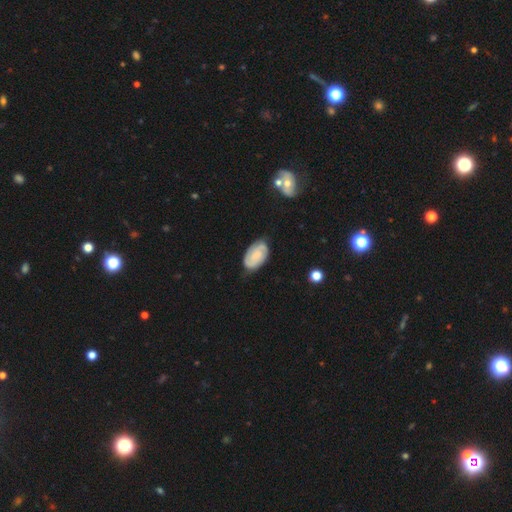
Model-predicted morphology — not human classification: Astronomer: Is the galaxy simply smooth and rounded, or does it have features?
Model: featured or disk — 55% (runner-up: smooth, 37%).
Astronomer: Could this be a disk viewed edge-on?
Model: no — 96%.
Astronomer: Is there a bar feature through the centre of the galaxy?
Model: no — 68%.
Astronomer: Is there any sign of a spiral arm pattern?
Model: yes — 89%.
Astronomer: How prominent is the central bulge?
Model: none — 42% (runner-up: small, 35%).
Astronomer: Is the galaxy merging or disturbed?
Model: none — 73%.